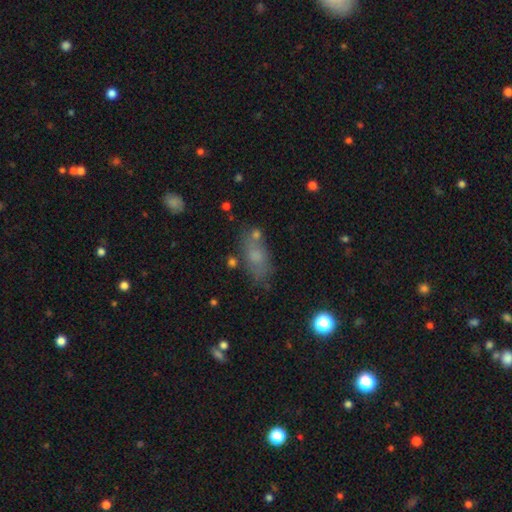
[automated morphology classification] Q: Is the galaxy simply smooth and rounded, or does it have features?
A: smooth — 65%.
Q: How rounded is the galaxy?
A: in between — 79%.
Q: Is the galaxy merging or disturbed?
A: none — 65%.